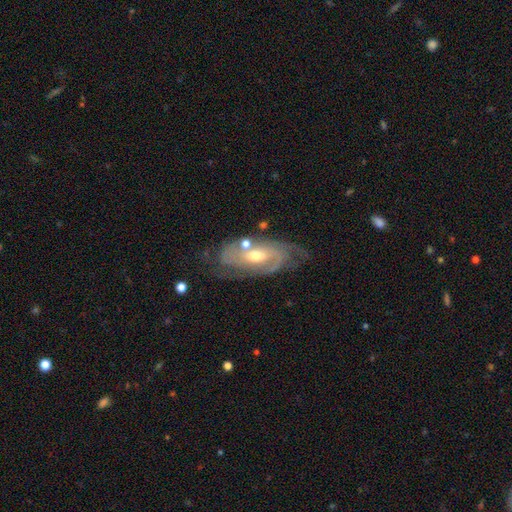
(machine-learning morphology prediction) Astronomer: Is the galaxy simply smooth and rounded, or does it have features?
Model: featured or disk — 84%.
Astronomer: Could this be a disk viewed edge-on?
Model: no — 93%.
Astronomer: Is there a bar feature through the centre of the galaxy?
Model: no — 44% (runner-up: weak, 41%).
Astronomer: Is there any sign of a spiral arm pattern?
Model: yes — 93%.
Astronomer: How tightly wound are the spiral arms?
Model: tight — 52% (runner-up: medium, 36%).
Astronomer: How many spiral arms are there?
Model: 2 — 52%.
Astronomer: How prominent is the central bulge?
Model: moderate — 63%.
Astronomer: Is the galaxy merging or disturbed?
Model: none — 63%.